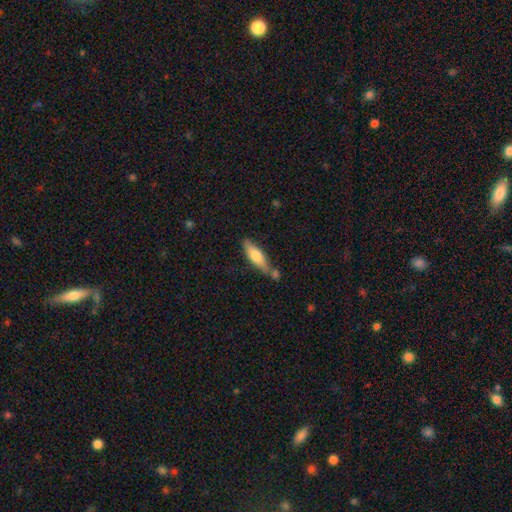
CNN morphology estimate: Overall: smooth (64%; featured or disk 30%). How rounded: cigar-shaped (57%; in between 41%). Merging: none (59%).